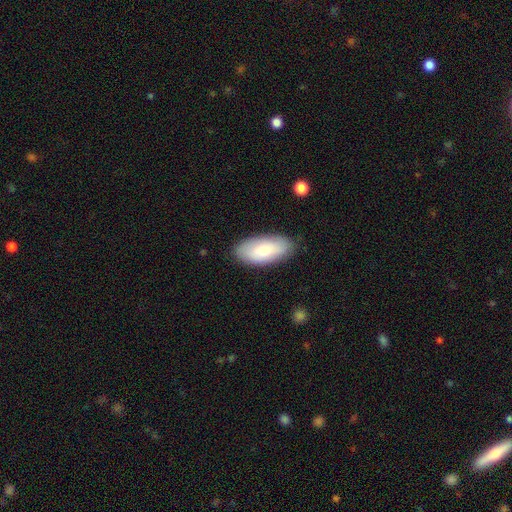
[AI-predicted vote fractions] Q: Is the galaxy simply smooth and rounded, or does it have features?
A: smooth — 72%.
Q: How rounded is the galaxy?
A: in between — 90%.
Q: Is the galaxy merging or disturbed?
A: none — 87%.